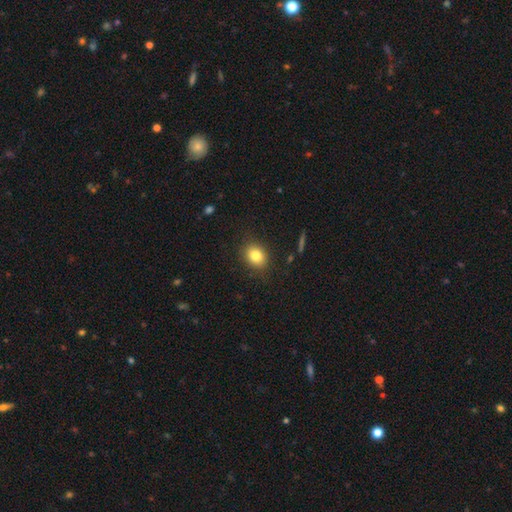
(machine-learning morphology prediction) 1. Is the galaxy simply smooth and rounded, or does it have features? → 81% smooth, 10% star or artifact, 9% featured or disk.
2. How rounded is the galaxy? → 53% in between, 46% round, 1% cigar-shaped.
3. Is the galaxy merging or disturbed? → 86% none, 10% minor disturbance, 3% major disturbance, 1% merger.